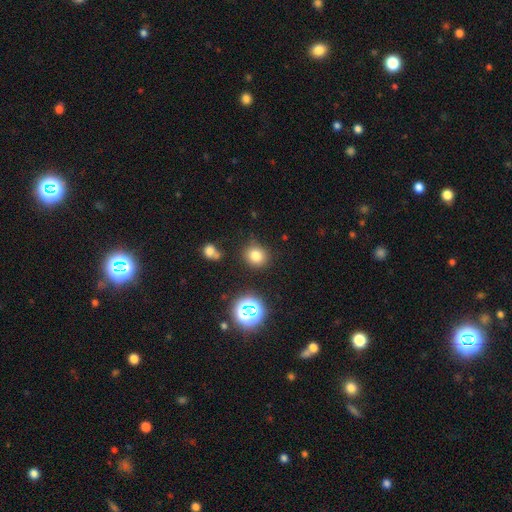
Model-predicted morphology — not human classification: Smooth or featured?
  - smooth: 76% *
  - star or artifact: 17%
  - featured or disk: 7%
How rounded?
  - round: 83% *
  - in between: 16%
  - cigar-shaped: 1%
Merging?
  - none: 83% *
  - minor disturbance: 10%
  - merger: 4%
  - major disturbance: 3%